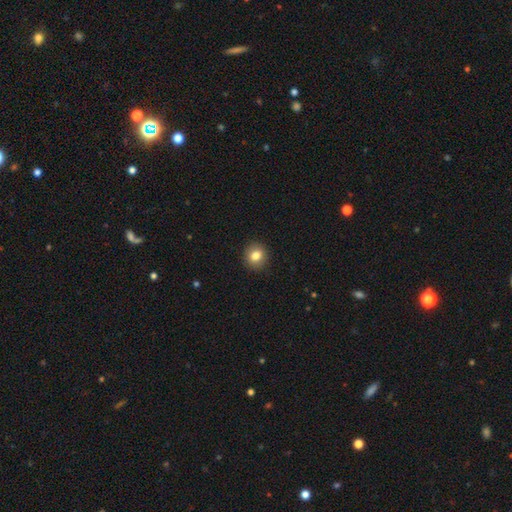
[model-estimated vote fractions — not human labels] This appears to be a smooth galaxy with no disk features (82%) that is round (85%). Merging: none (92%).